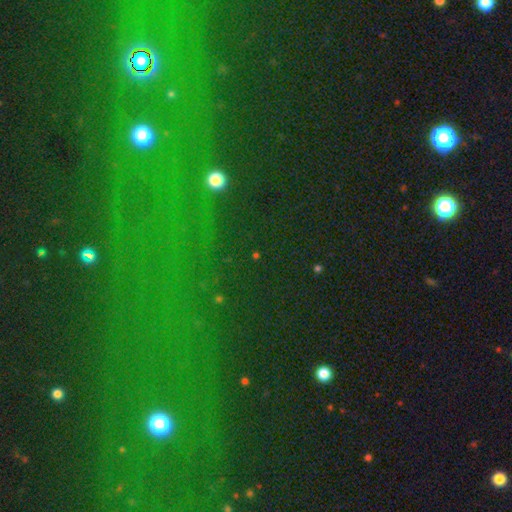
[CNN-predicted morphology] A star or artifact, not a galaxy (68%).

Vote fractions:
- Smooth or featured? star or artifact: 68% / smooth: 23% / featured or disk: 9%